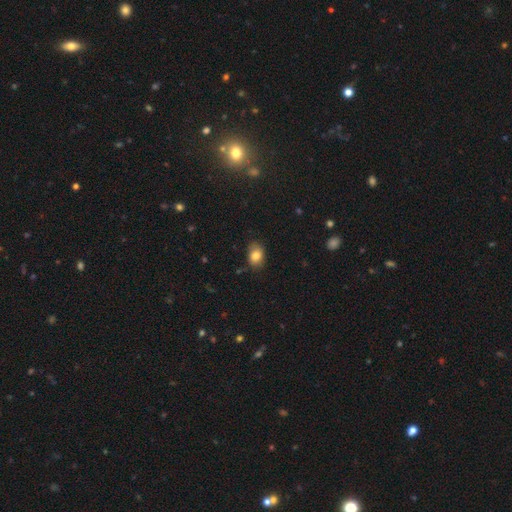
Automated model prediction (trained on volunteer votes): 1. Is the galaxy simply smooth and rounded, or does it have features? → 82% smooth, 10% star or artifact, 9% featured or disk.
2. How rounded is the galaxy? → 75% in between, 24% round, 1% cigar-shaped.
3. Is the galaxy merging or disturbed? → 77% none, 19% minor disturbance, 3% major disturbance, 2% merger.